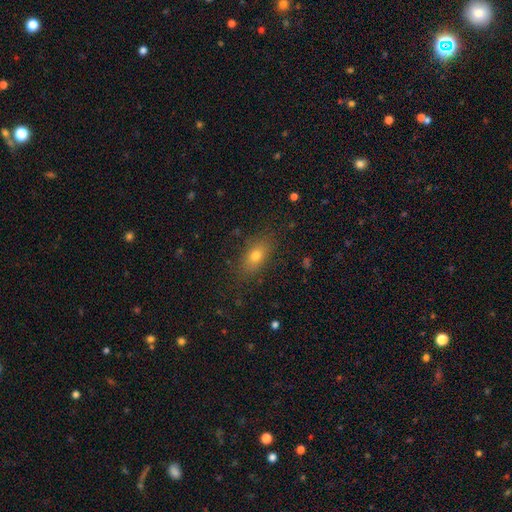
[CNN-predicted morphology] This appears to be a smooth galaxy with no disk features (75%) that is in between round and cigar-shaped (80%). Merging: none (83%).